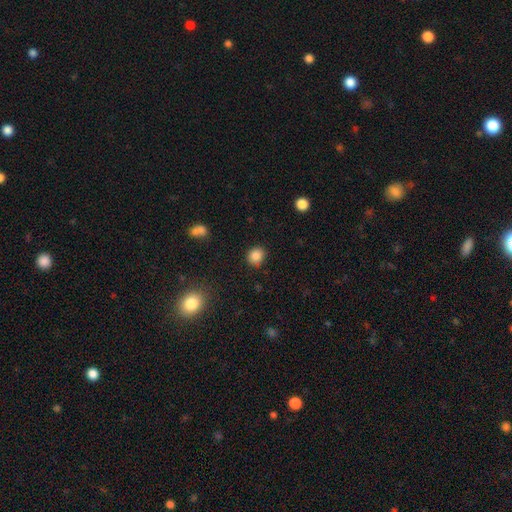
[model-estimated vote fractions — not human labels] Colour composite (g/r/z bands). It shows a smooth galaxy with no disk features (85%) that is round (76%). Merging: none (86%).